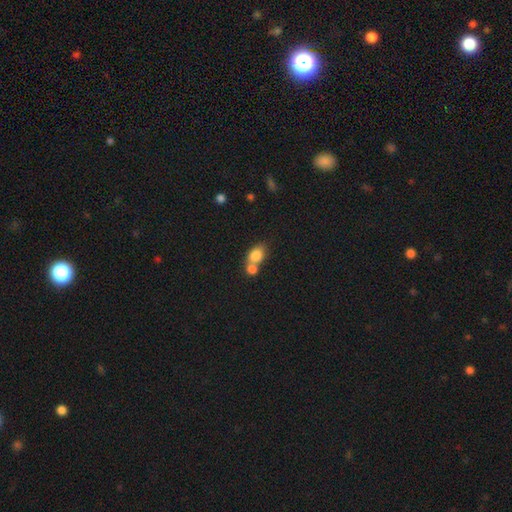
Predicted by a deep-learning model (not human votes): This appears to be a smooth galaxy with no disk features (81%) that is in between round and cigar-shaped (65%). Merging: merger (56%).